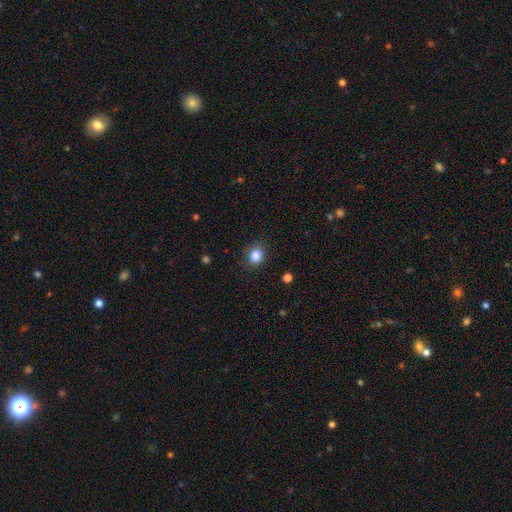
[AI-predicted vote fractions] Smooth or featured: smooth — 84% (star or artifact — 11%)
How rounded: round — 70% (in between — 30%)
Merging: none — 87% (minor disturbance — 10%)